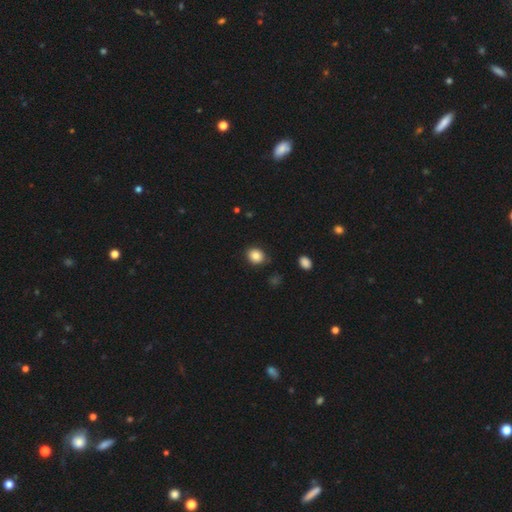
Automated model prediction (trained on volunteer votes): Smooth or featured: smooth — 85% (star or artifact — 10%)
How rounded: round — 63% (in between — 37%)
Merging: none — 84% (minor disturbance — 11%)